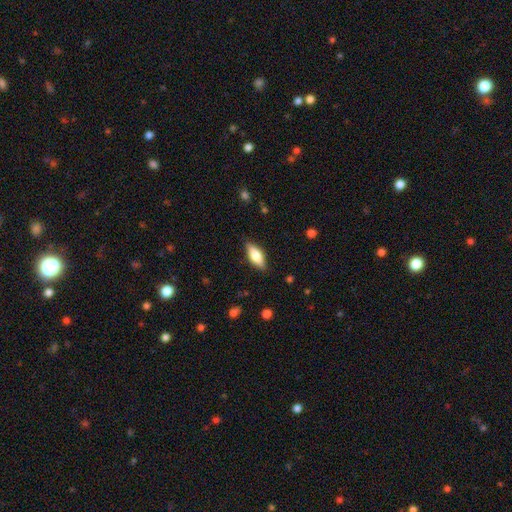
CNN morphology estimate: Smooth or featured?
  - smooth: 71% *
  - featured or disk: 23%
  - star or artifact: 6%
How rounded?
  - in between: 74% *
  - cigar-shaped: 24%
  - round: 2%
Merging?
  - none: 86% *
  - minor disturbance: 10%
  - major disturbance: 2%
  - merger: 1%